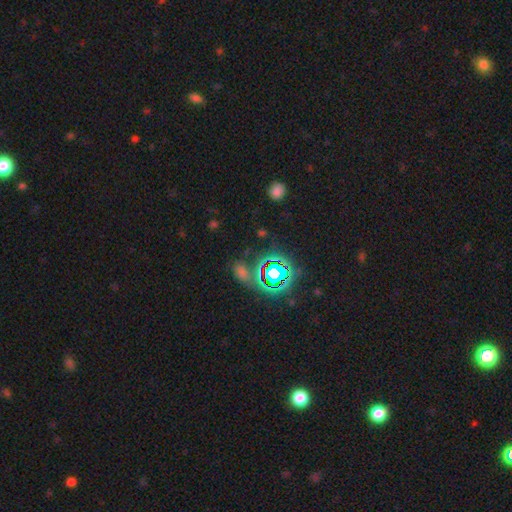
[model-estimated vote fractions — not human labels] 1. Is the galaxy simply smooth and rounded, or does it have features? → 69% star or artifact, 21% smooth, 10% featured or disk.